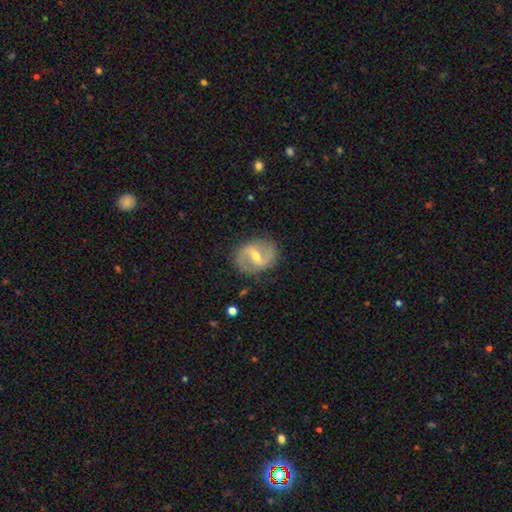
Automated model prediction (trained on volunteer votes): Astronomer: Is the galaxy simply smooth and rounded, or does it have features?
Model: featured or disk — 82%.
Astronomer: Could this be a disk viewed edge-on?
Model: no — 97%.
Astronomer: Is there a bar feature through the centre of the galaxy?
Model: weak — 47% (runner-up: strong, 39%).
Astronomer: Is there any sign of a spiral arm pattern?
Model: yes — 89%.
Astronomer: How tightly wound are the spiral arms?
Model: medium — 48% (runner-up: loose, 32%).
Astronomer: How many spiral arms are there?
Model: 2 — 90%.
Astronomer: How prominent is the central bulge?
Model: moderate — 57% (runner-up: small, 39%).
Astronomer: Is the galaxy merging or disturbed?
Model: none — 82%.